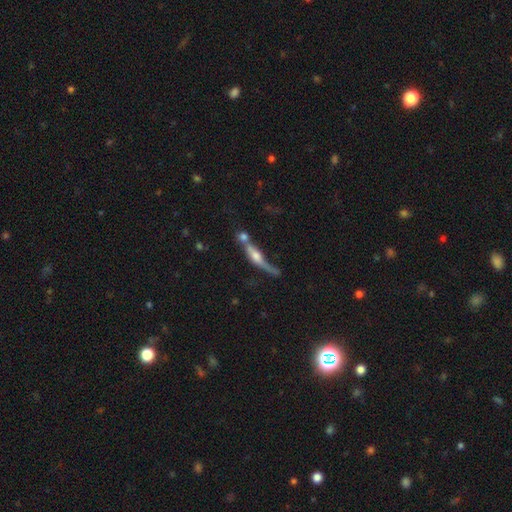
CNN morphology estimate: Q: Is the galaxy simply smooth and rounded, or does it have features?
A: featured or disk — 60%.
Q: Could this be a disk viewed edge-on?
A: yes — 82%.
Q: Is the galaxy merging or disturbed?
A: merger — 36%.